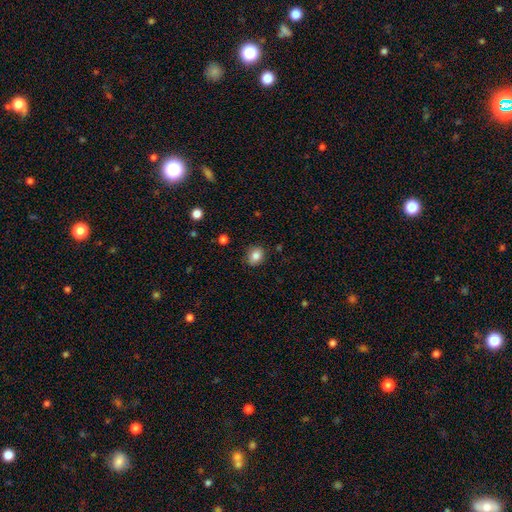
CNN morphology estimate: This appears to be a smooth galaxy with no disk features (83%) that is round (63%). Merging: none (84%).